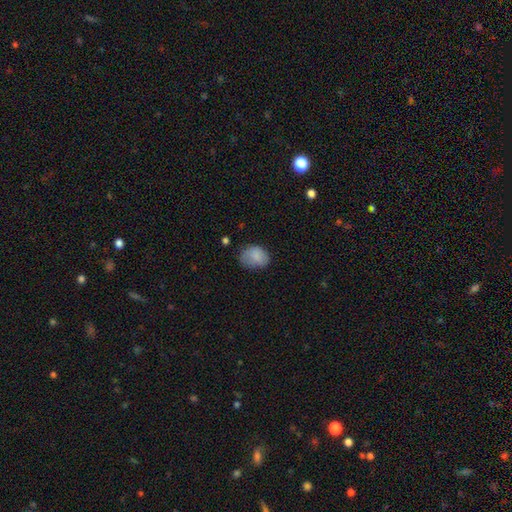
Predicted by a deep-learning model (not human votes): Morphology: type=smooth (83%); roundness=in between (61%); merging=none (58%).